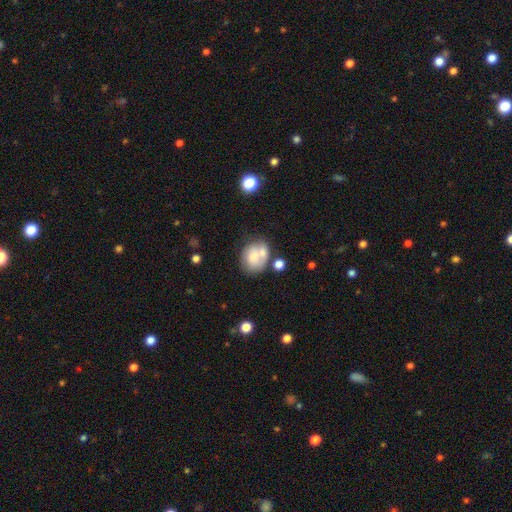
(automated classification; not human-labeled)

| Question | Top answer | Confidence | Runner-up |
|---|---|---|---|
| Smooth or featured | smooth | 67% | featured or disk (25%) |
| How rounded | round | 51% | in between (48%) |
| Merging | none | 37% | merger (34%) |